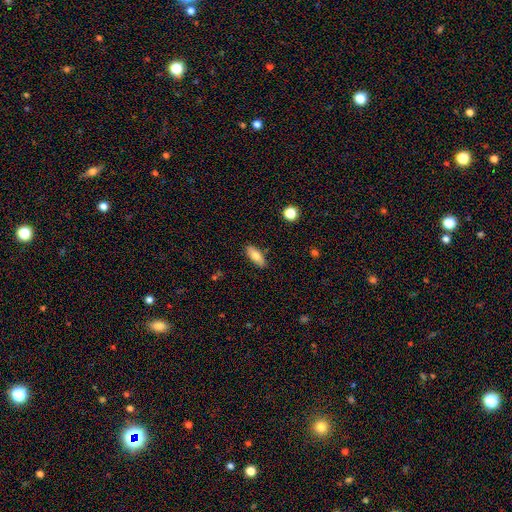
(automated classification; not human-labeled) Smooth or featured? smooth (74%)
How rounded? in between (79%)
Merging? none (86%)